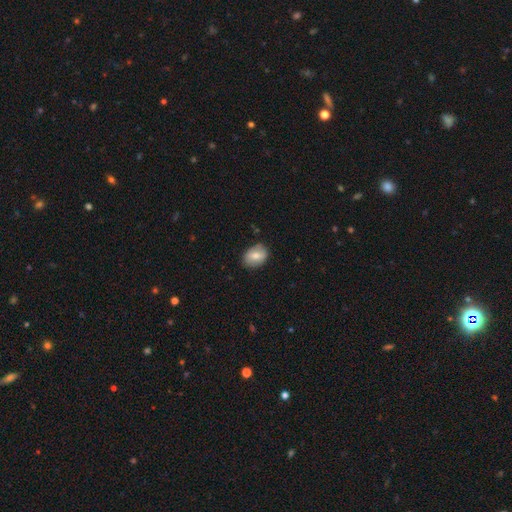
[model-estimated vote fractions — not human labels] Smooth or featured: smooth — 75% (featured or disk — 18%)
How rounded: in between — 72% (round — 26%)
Merging: none — 83% (minor disturbance — 13%)